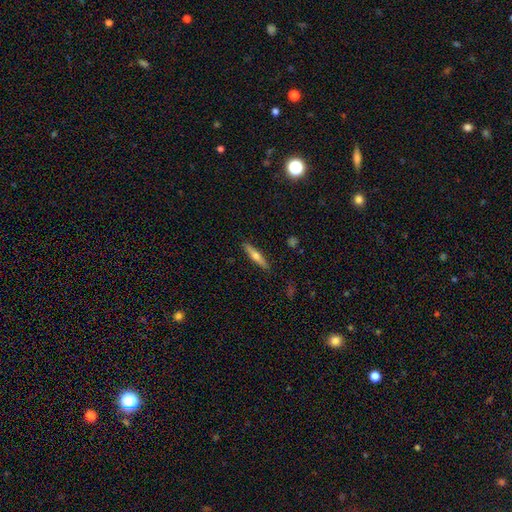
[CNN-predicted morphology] smooth-or-featured: smooth: 51% | featured or disk: 43% | star or artifact: 6%
  how-rounded: cigar-shaped: 85% | in between: 13% | round: 2%
  merging: none: 89% | minor disturbance: 8% | major disturbance: 2% | merger: 1%